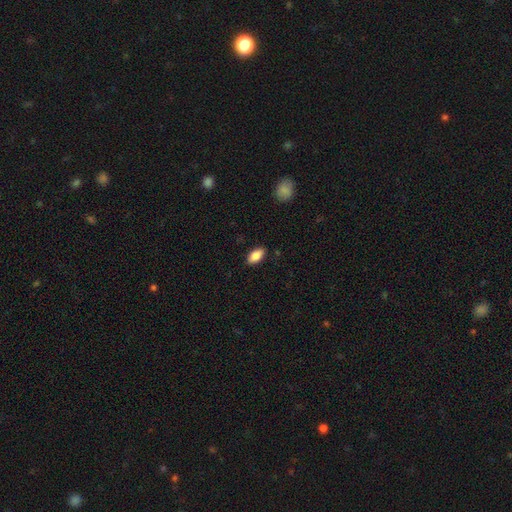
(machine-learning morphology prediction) Smooth or featured? Predicted: smooth (p=0.86). How rounded? Predicted: in between (p=0.92). Merging? Predicted: none (p=0.88).